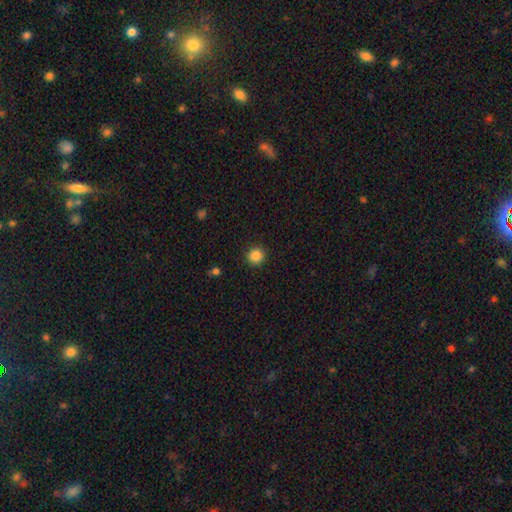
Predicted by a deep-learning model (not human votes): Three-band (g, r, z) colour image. It shows a smooth galaxy with no disk features (86%) that is round (94%). Merging: none (92%).